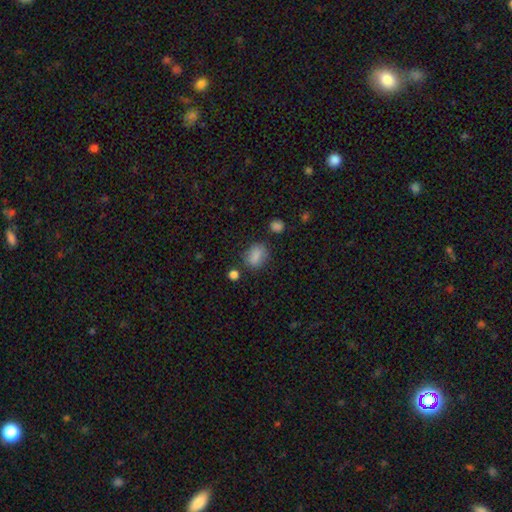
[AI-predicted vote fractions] Smooth or featured? smooth (83%)
How rounded? in between (64%)
Merging? none (71%)